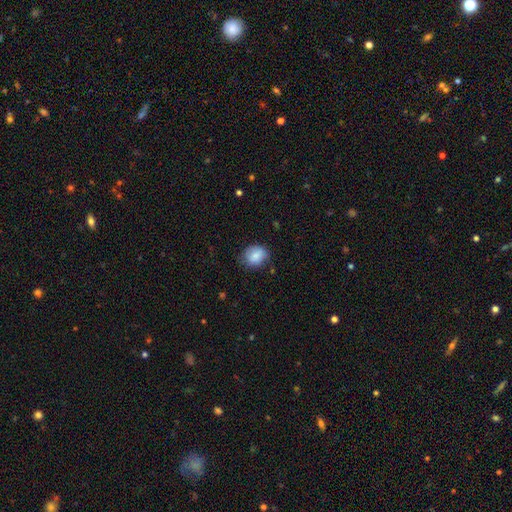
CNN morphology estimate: smooth_or_featured: smooth (p=0.83) [alt: featured or disk p=0.09]
how_rounded: round (p=0.57) [alt: in between p=0.42]
merging: none (p=0.70) [alt: minor disturbance p=0.23]